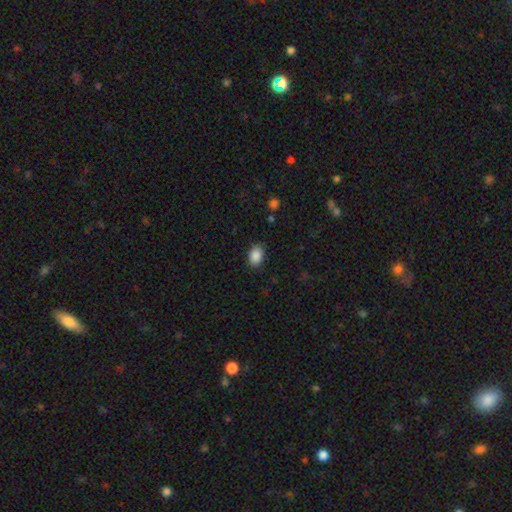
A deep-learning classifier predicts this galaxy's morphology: The model was most divided on "how rounded": in between: 80%, round: 19%, cigar-shaped: 1%. More confident: smooth or featured — smooth (88%); merging — none (87%).